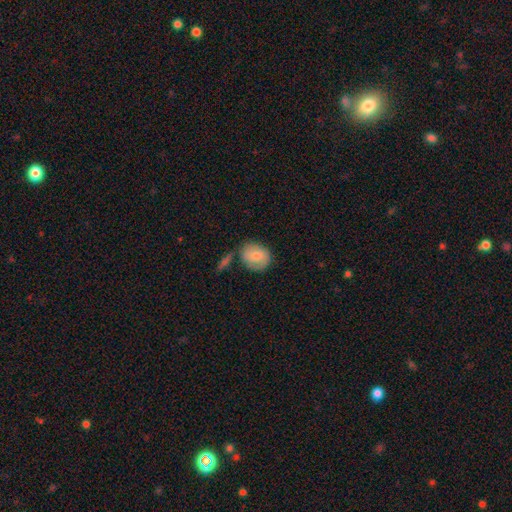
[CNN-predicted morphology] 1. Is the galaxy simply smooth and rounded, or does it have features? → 78% smooth, 16% featured or disk, 7% star or artifact.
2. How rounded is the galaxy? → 63% round, 36% in between, 1% cigar-shaped.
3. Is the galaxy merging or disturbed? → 64% none, 19% minor disturbance, 11% merger, 6% major disturbance.